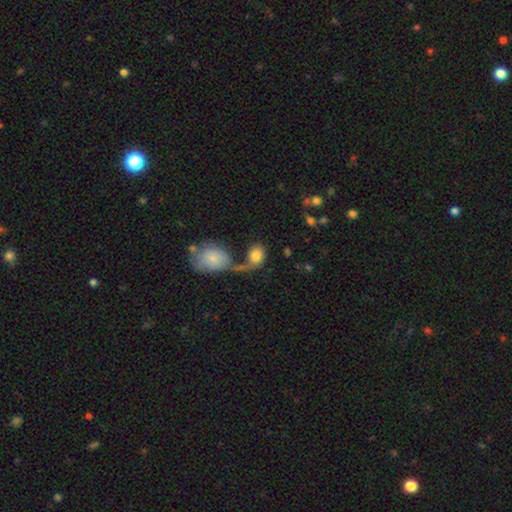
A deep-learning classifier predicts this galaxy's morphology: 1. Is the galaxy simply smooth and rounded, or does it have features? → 79% smooth, 14% featured or disk, 7% star or artifact.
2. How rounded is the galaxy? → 58% in between, 40% round, 2% cigar-shaped.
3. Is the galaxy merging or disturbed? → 43% merger, 30% none, 15% major disturbance, 12% minor disturbance.